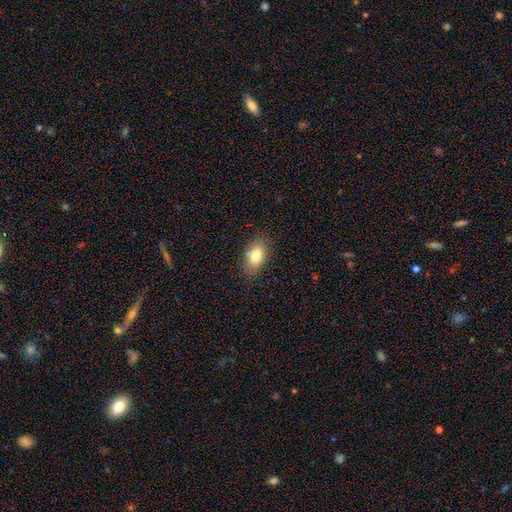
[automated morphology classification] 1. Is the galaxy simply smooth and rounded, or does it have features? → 78% smooth, 13% featured or disk, 9% star or artifact.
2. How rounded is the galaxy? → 88% in between, 8% round, 4% cigar-shaped.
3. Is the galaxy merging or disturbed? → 79% none, 14% minor disturbance, 3% major disturbance, 3% merger.